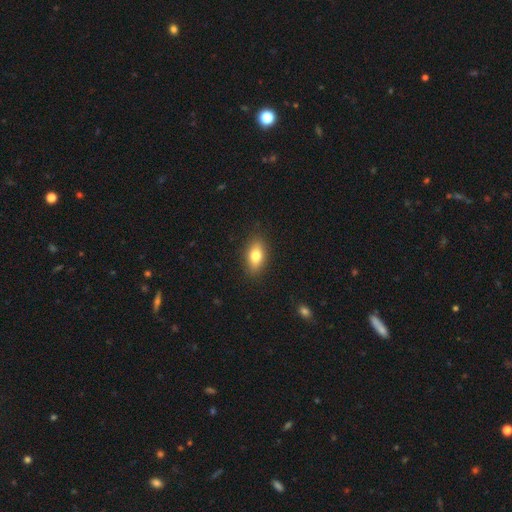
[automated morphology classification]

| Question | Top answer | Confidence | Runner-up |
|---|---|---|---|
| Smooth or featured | smooth | 76% | featured or disk (16%) |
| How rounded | in between | 84% | cigar-shaped (8%) |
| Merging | none | 87% | minor disturbance (9%) |